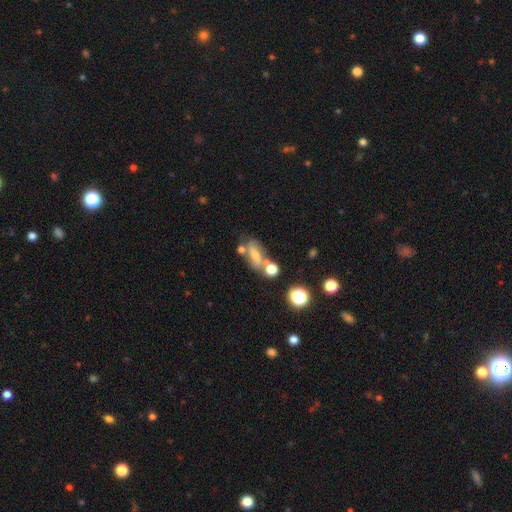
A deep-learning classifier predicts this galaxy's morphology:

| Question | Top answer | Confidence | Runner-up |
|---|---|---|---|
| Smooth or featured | smooth | 44% | featured or disk (42%) |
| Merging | none | 44% | merger (25%) |